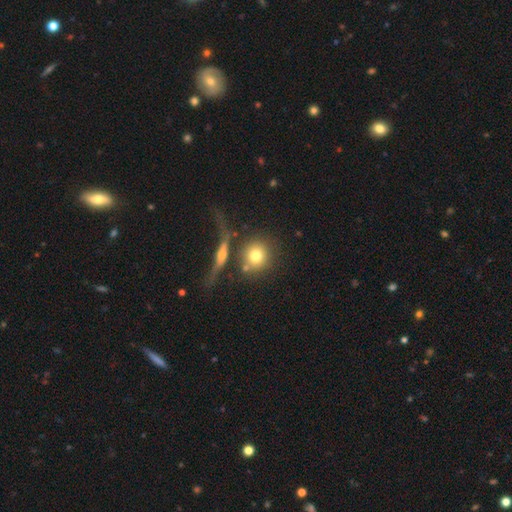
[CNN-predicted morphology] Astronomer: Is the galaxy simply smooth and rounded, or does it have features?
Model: smooth — 72%.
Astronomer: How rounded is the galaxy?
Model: round — 87%.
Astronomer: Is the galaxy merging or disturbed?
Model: none — 62%.